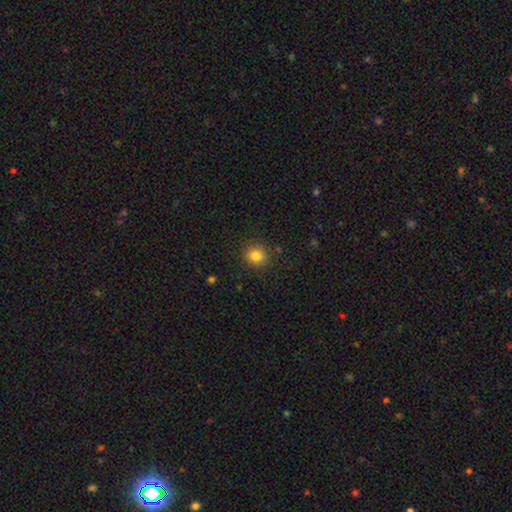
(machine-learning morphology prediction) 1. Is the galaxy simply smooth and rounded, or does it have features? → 83% smooth, 12% star or artifact, 6% featured or disk.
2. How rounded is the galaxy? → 86% round, 13% in between, 1% cigar-shaped.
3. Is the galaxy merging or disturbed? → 89% none, 7% minor disturbance, 2% major disturbance, 1% merger.